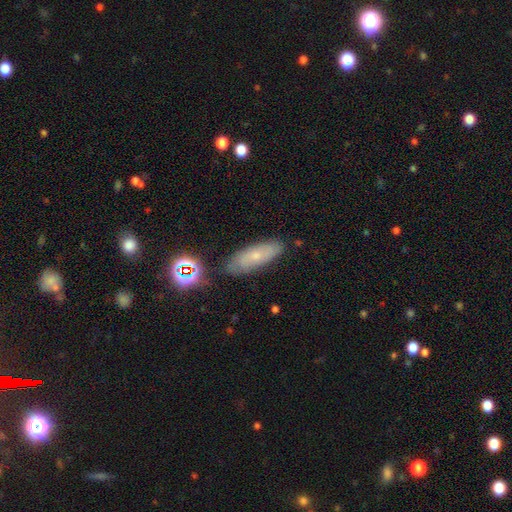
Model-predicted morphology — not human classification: A smooth galaxy with no disk features (50%) that is in between round and cigar-shaped (63%).

Vote fractions:
- Smooth or featured? smooth: 50% / featured or disk: 37% / star or artifact: 12%
- How rounded? in between: 63% / cigar-shaped: 34% / round: 3%
- Merging? none: 76% / minor disturbance: 17% / major disturbance: 4% / merger: 3%